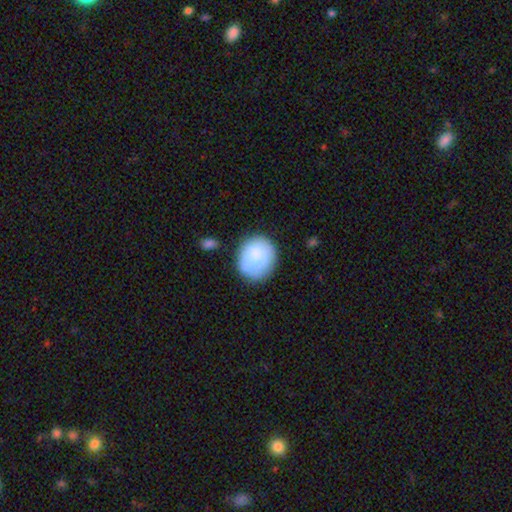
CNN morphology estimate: Overall: smooth (80%). How rounded: round (74%). Merging: none (66%).